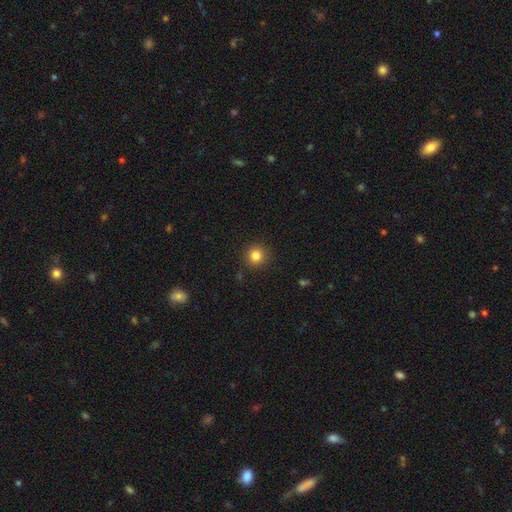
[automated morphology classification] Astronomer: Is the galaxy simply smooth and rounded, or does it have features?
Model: smooth — 83%.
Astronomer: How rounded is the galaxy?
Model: round — 94%.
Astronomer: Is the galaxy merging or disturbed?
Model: none — 89%.